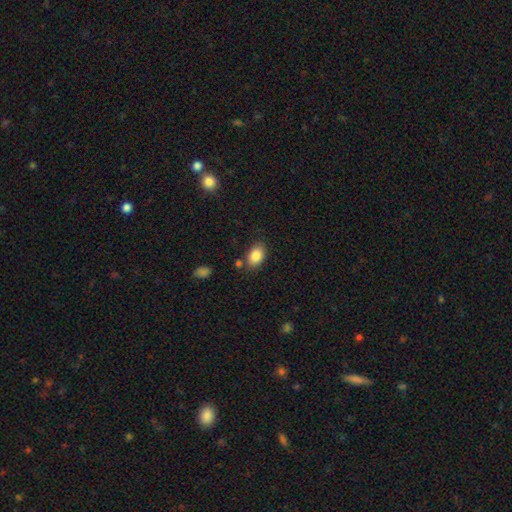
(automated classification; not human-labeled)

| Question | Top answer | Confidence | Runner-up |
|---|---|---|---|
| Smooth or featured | smooth | 86% | star or artifact (8%) |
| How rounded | in between | 85% | round (14%) |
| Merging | none | 77% | minor disturbance (13%) |